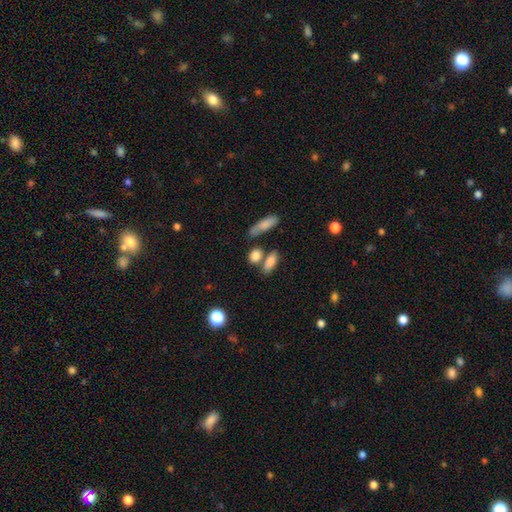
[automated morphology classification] This is clearly a smooth galaxy (82%). How rounded: likely in between (69%). Merging: possibly none (55%).